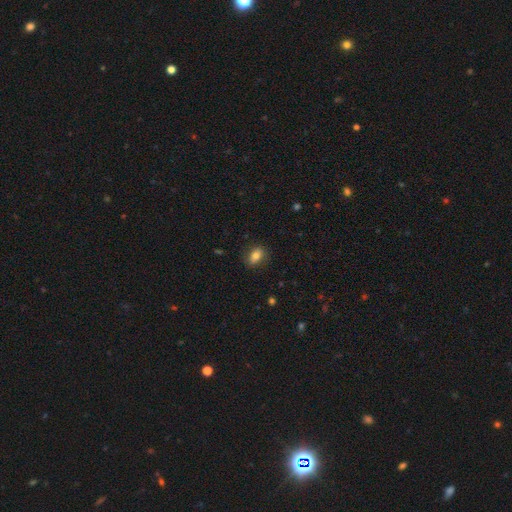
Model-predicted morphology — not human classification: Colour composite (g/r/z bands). It shows a smooth galaxy with no disk features (80%) that is in between round and cigar-shaped (77%). Merging: none (84%).